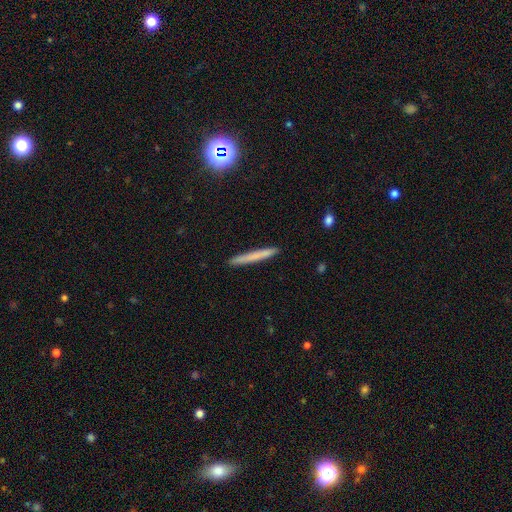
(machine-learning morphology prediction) Q: Smooth or featured?
A: smooth (68%); runner-up: featured or disk (24%)
Q: How rounded?
A: cigar-shaped (97%); runner-up: in between (2%)
Q: Merging?
A: none (91%); runner-up: minor disturbance (6%)